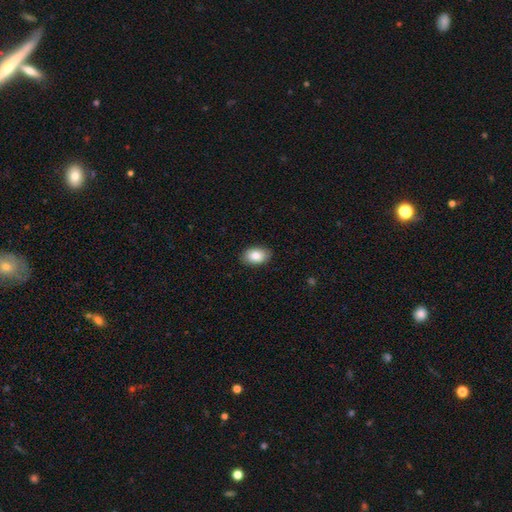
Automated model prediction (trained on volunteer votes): smooth-or-featured: smooth: 85% | featured or disk: 8% | star or artifact: 7%
  how-rounded: in between: 89% | round: 10% | cigar-shaped: 1%
  merging: none: 88% | minor disturbance: 9% | major disturbance: 2% | merger: 1%